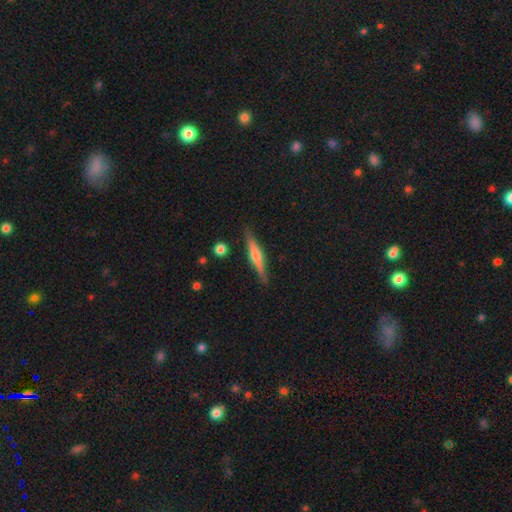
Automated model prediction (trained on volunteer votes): smooth-or-featured: featured or disk: 58% | smooth: 36% | star or artifact: 6%
  disk-edge-on: yes: 97% | no: 3%
    edge-on-bulge: rounded: 72% | none: 15% | boxy: 14%
  merging: none: 89% | minor disturbance: 8% | major disturbance: 2% | merger: 1%